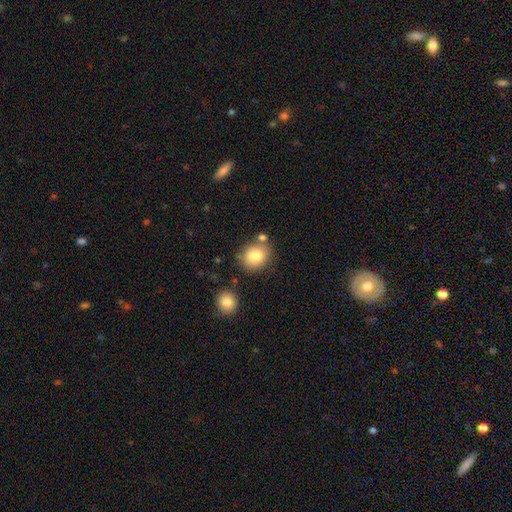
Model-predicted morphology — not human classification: Smooth or featured? Predicted: smooth (p=0.80). How rounded? Predicted: round (p=0.70). Merging? Predicted: none (p=0.75).